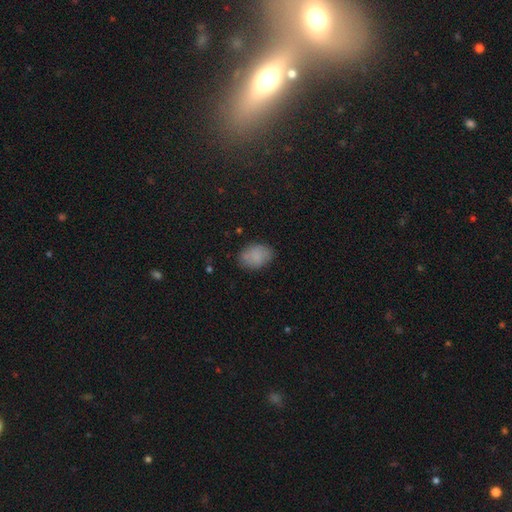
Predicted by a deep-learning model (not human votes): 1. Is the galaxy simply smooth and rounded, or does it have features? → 83% smooth, 8% featured or disk, 8% star or artifact.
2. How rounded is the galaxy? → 75% in between, 23% round, 1% cigar-shaped.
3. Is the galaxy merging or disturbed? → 80% none, 15% minor disturbance, 4% major disturbance, 1% merger.